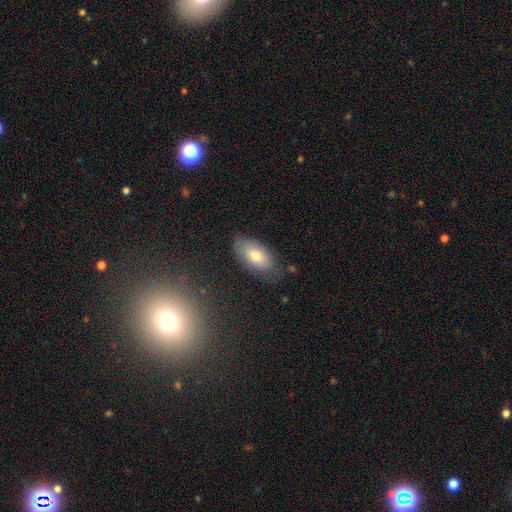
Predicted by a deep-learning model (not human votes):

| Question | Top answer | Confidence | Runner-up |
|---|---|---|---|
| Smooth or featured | smooth | 74% | featured or disk (18%) |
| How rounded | in between | 93% | cigar-shaped (3%) |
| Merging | none | 76% | minor disturbance (18%) |